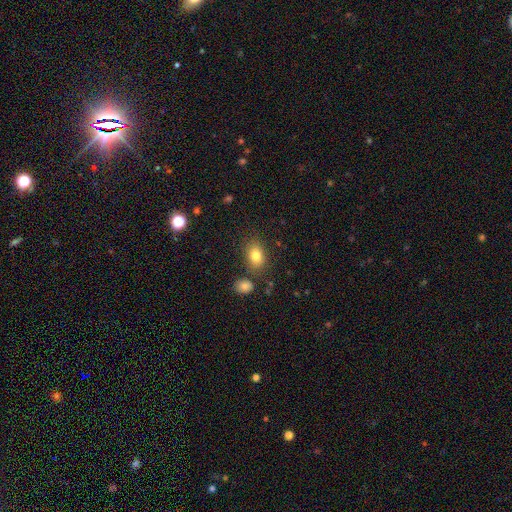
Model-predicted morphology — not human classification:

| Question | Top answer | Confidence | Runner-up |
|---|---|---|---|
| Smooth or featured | smooth | 80% | featured or disk (10%) |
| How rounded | in between | 77% | round (21%) |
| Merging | none | 78% | minor disturbance (12%) |